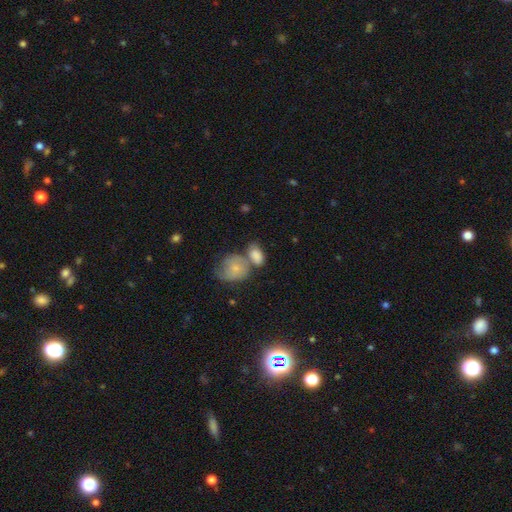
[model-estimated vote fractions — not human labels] Morphology: type=smooth (78%); roundness=in between (82%); merging=merger (45%).